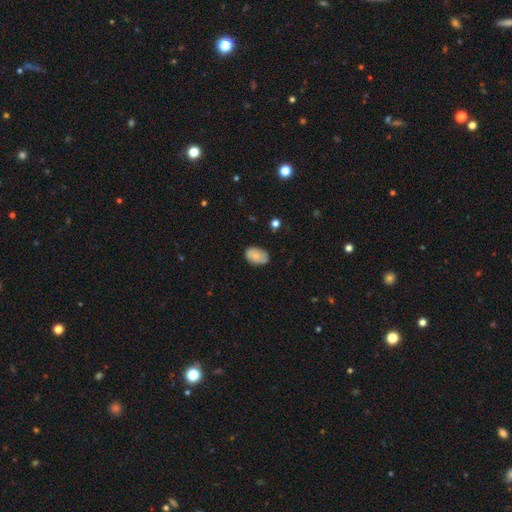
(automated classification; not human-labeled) This appears to be a smooth galaxy with no disk features (80%) that is in between round and cigar-shaped (90%). Merging: none (79%).